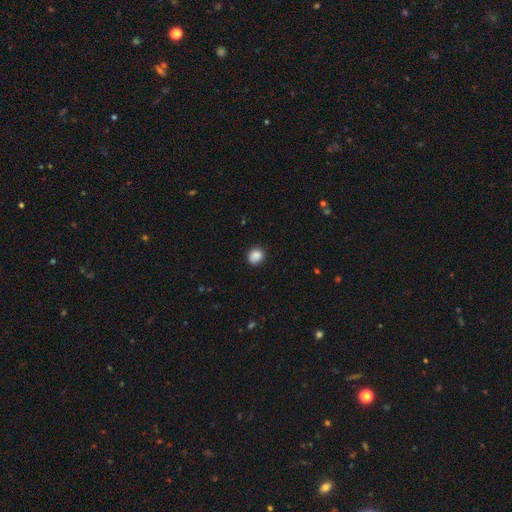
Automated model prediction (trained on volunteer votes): Smooth or featured: smooth — 87% (star or artifact — 9%)
How rounded: round — 80% (in between — 19%)
Merging: none — 84% (minor disturbance — 12%)